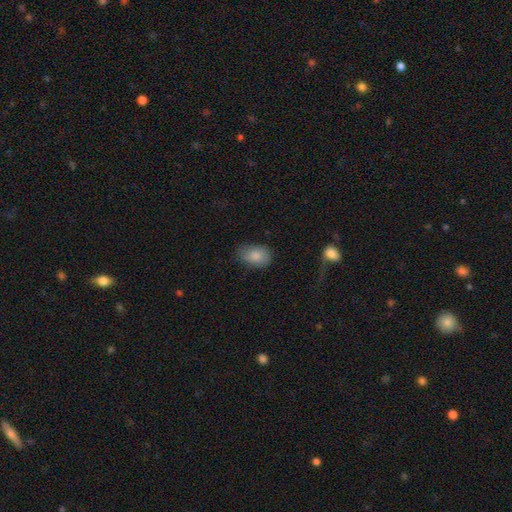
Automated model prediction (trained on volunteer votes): A smooth galaxy with no disk features (84%) that is in between round and cigar-shaped (84%).

Vote fractions:
- Smooth or featured? smooth: 84% / featured or disk: 9% / star or artifact: 7%
- How rounded? in between: 84% / round: 15% / cigar-shaped: 1%
- Merging? none: 71% / minor disturbance: 23% / major disturbance: 5% / merger: 2%